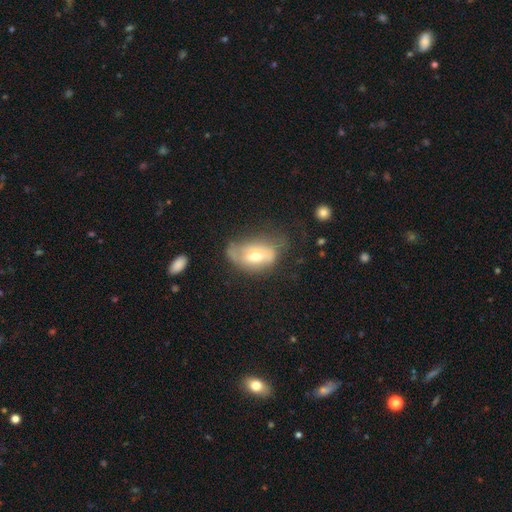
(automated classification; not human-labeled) Overall: smooth (49%; featured or disk 43%). Merging: none (36%; minor disturbance 34%).